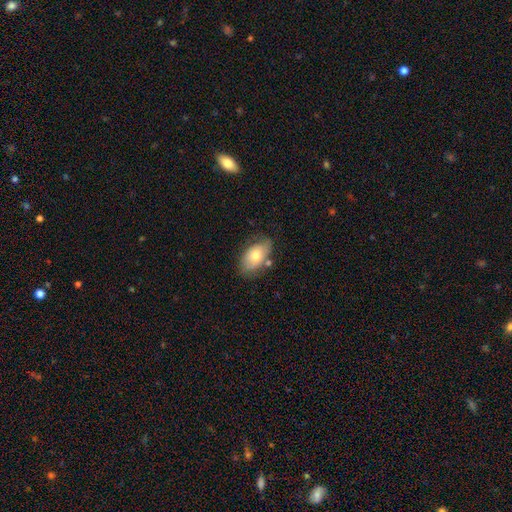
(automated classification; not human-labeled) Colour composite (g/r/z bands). It shows a smooth galaxy with no disk features (69%) that is in between round and cigar-shaped (91%). Merging: none (66%).